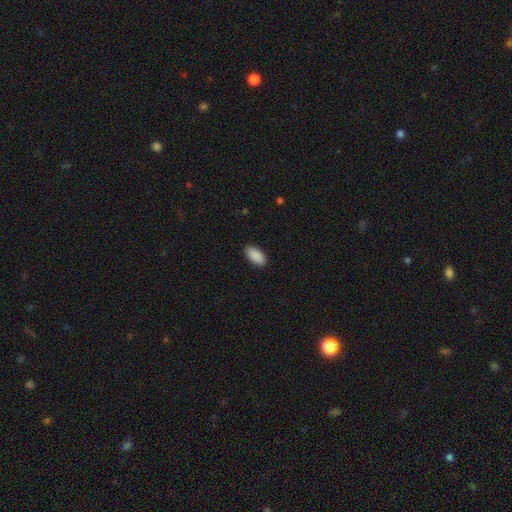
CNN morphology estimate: This is clearly a smooth galaxy (91%). How rounded: clearly in between (94%). Merging: clearly none (90%).